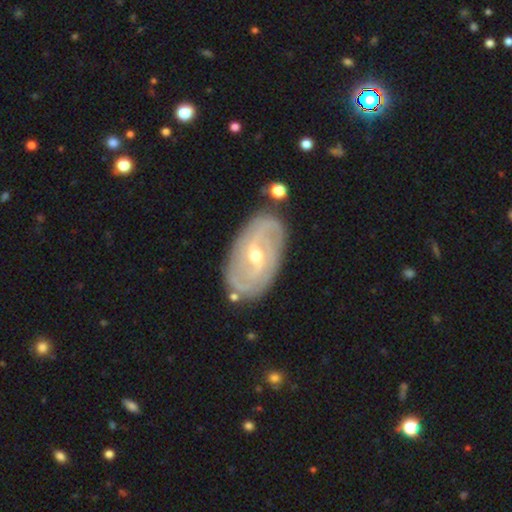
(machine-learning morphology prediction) featured or disk 86%, smooth 9%, star or artifact 5%. Down the decision tree: edge-on disk — no (96%); bar — weak (53%); spiral arms — yes (94%); spiral arm count — 2 (49%); spiral winding — tight (52%); bulge size — moderate (49%); merging — none (80%).